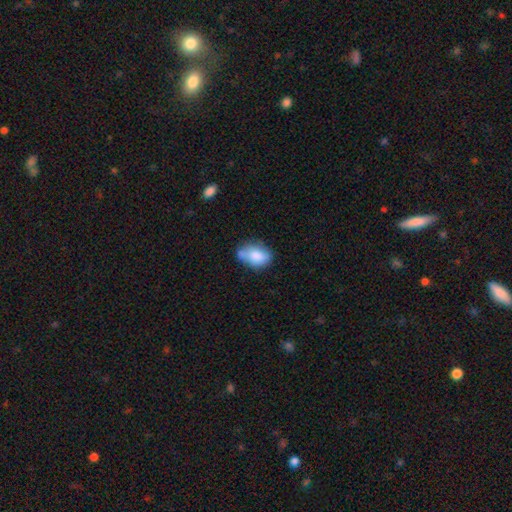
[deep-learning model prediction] This appears to be a smooth galaxy with no disk features (78%) that is in between round and cigar-shaped (83%). Merging: none (48%).